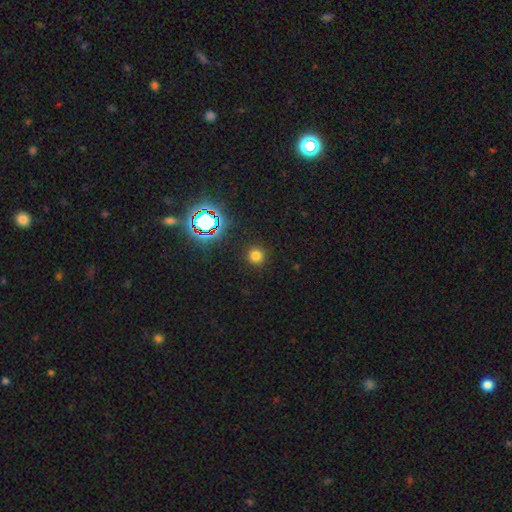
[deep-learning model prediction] Morphology: type=smooth (73%); roundness=round (94%); merging=none (91%).